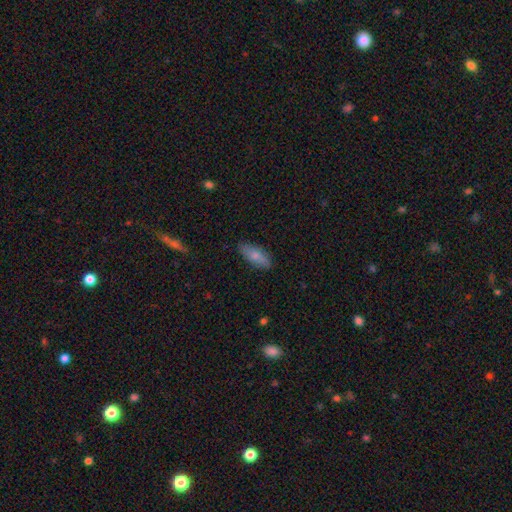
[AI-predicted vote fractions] A smooth galaxy with no disk features (77%) that is in between round and cigar-shaped (79%).

Vote fractions:
- Smooth or featured? smooth: 77% / featured or disk: 17% / star or artifact: 6%
- How rounded? in between: 79% / cigar-shaped: 19% / round: 2%
- Merging? none: 84% / minor disturbance: 12% / major disturbance: 2% / merger: 1%